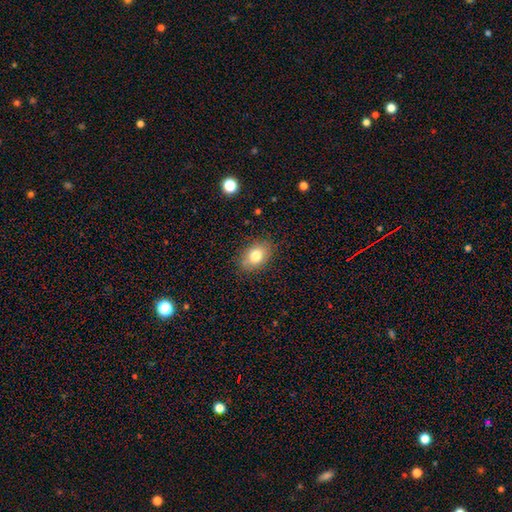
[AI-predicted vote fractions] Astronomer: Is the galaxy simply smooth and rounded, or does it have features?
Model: smooth — 79%.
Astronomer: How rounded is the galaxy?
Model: in between — 75%.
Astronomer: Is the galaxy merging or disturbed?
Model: none — 84%.